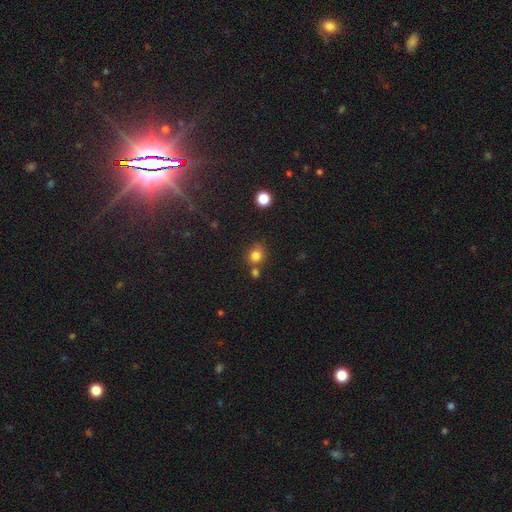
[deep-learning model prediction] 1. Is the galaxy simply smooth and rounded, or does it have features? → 80% smooth, 13% star or artifact, 6% featured or disk.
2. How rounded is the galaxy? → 83% round, 16% in between, 1% cigar-shaped.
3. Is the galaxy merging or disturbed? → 65% none, 17% merger, 14% minor disturbance, 4% major disturbance.